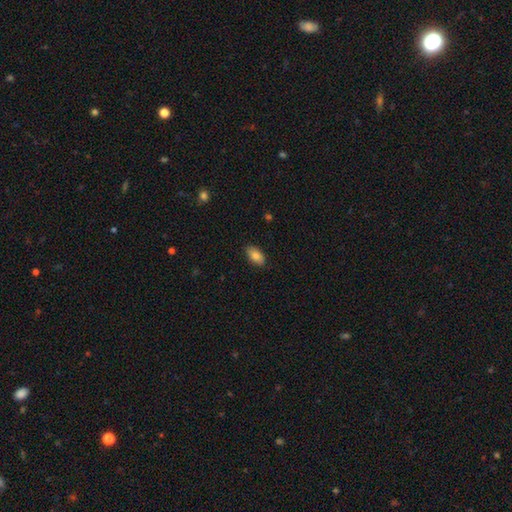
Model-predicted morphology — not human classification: Smooth or featured: smooth — 83% (featured or disk — 10%)
How rounded: in between — 93% (round — 4%)
Merging: none — 86% (minor disturbance — 11%)